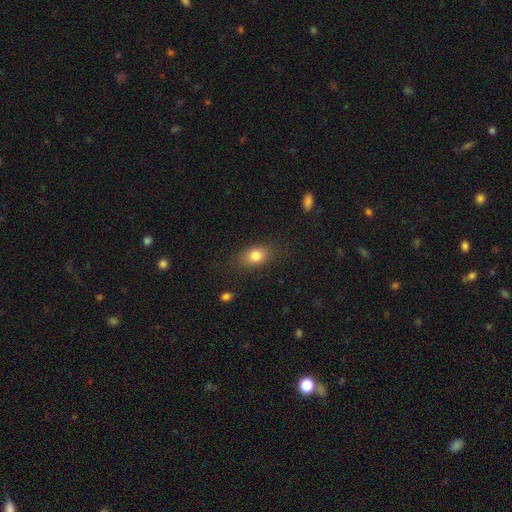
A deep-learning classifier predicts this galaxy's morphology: Smooth or featured? Predicted: smooth (p=0.81). How rounded? Predicted: in between (p=0.72). Merging? Predicted: none (p=0.79).